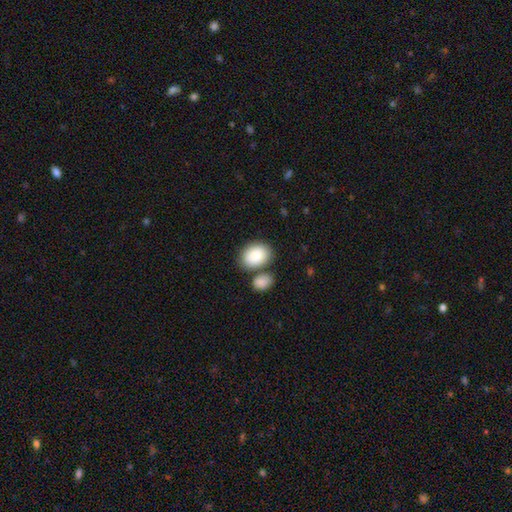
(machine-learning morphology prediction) This appears to be a smooth galaxy with no disk features (87%) that is in between round and cigar-shaped (74%). Merging: none (60%).